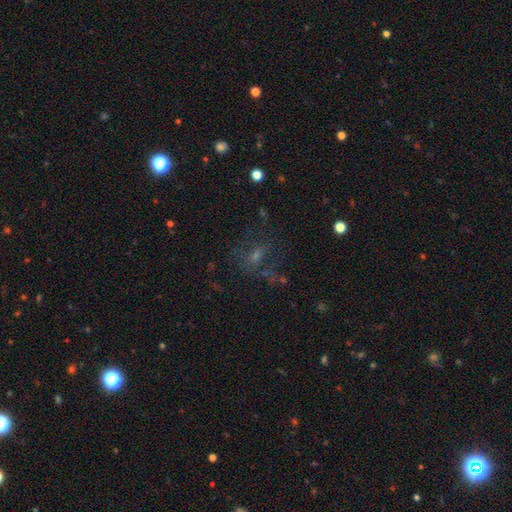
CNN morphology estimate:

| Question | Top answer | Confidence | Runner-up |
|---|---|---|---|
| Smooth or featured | star or artifact | 39% | featured or disk (33%) |